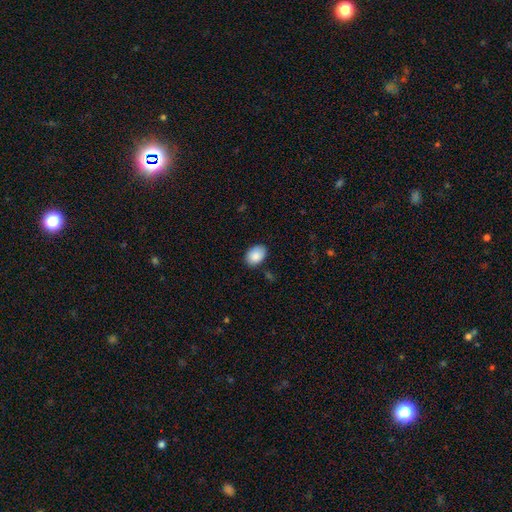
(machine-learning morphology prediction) smooth 88%, star or artifact 7%, featured or disk 5%. Down the decision tree: how rounded — in between (81%); merging — none (82%).